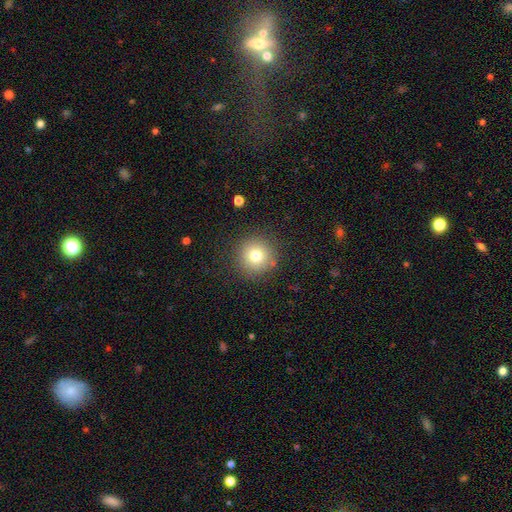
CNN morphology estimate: Smooth or featured?
  - smooth: 76% *
  - star or artifact: 13%
  - featured or disk: 11%
How rounded?
  - round: 95% *
  - in between: 4%
  - cigar-shaped: 1%
Merging?
  - none: 88% *
  - minor disturbance: 8%
  - major disturbance: 3%
  - merger: 2%